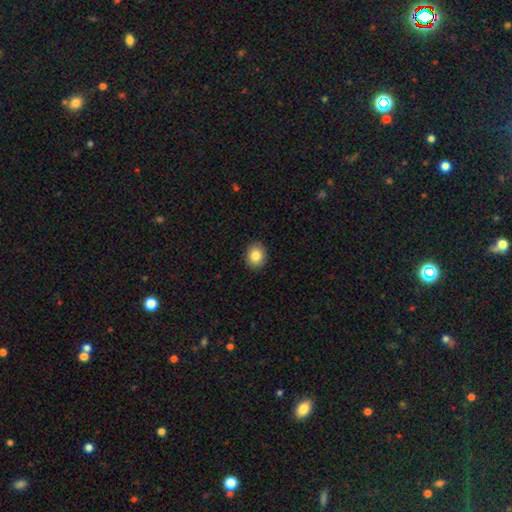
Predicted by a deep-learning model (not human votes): smooth-or-featured: smooth: 84% | star or artifact: 9% | featured or disk: 7%
  how-rounded: round: 66% | in between: 33% | cigar-shaped: 1%
  merging: none: 91% | minor disturbance: 7% | major disturbance: 2% | merger: 1%